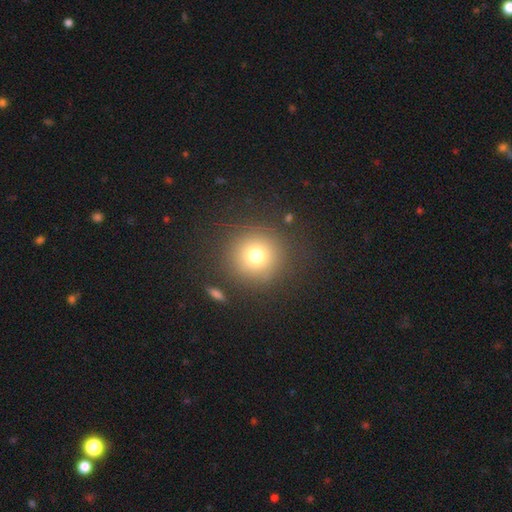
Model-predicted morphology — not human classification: smooth 73%, star or artifact 16%, featured or disk 11%. Down the decision tree: how rounded — round (94%); merging — none (87%).